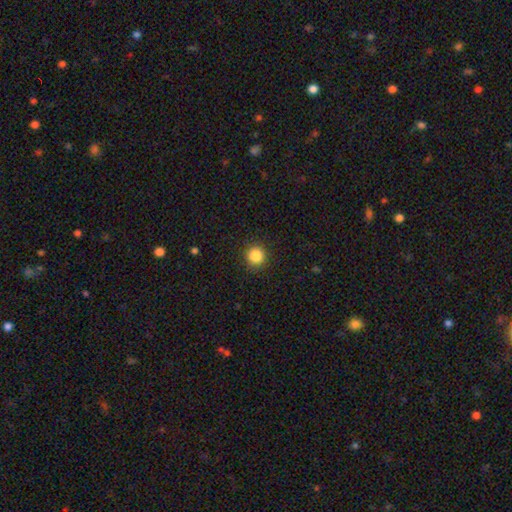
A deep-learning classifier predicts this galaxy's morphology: Smooth or featured?
  - smooth: 86% *
  - star or artifact: 11%
  - featured or disk: 4%
How rounded?
  - round: 94% *
  - in between: 6%
  - cigar-shaped: 1%
Merging?
  - none: 91% *
  - minor disturbance: 6%
  - major disturbance: 2%
  - merger: 1%